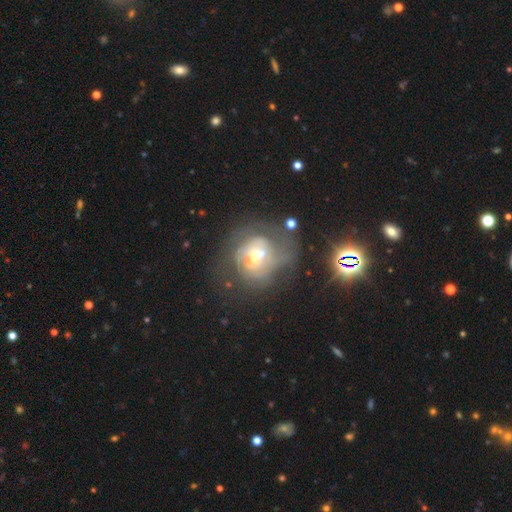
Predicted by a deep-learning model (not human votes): Smooth or featured?
  - featured or disk: 61% *
  - smooth: 27%
  - star or artifact: 13%
Edge-on disk?
  - no: 96% *
  - yes: 4%
Bar?
  - no: 63% *
  - weak: 28%
  - strong: 9%
Spiral arms?
  - yes: 55% *
  - no: 45%
Bulge size?
  - moderate: 56% *
  - small: 35%
  - large: 6%
  - none: 2%
  - dominant: 1%
Merging?
  - none: 37% *
  - major disturbance: 32%
  - minor disturbance: 20%
  - merger: 12%